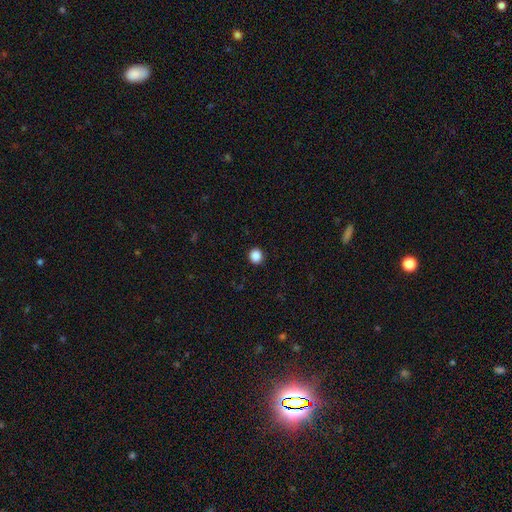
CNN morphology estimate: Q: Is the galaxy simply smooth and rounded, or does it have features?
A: smooth — 87%.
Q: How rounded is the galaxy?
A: round — 90%.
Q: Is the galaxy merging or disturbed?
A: none — 93%.